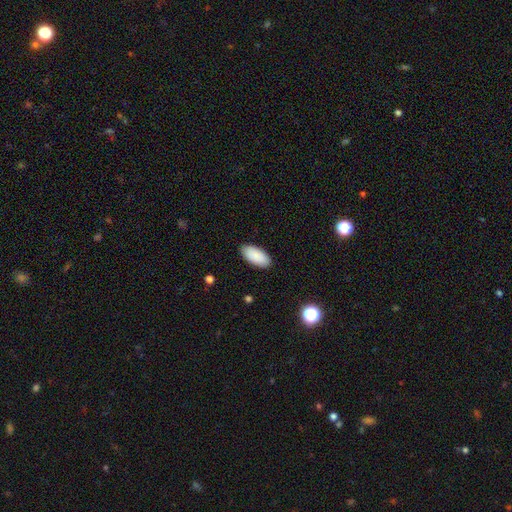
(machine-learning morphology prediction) Smooth or featured? Predicted: smooth (p=0.90). How rounded? Predicted: in between (p=0.93). Merging? Predicted: none (p=0.89).